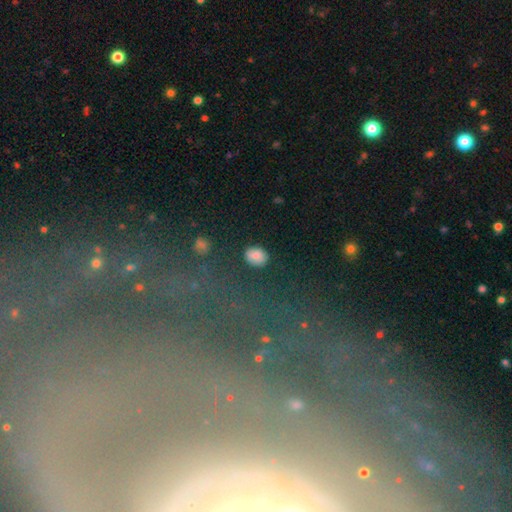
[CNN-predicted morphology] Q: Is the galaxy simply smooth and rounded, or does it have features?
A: smooth — 82%.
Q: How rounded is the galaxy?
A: in between — 58%.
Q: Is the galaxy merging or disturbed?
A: none — 80%.